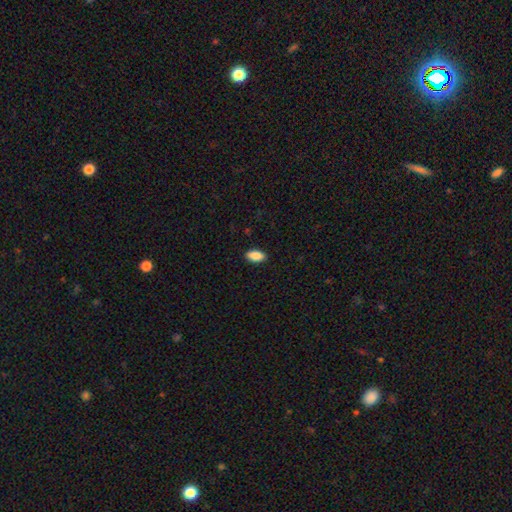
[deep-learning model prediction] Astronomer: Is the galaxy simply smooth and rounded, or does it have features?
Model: smooth — 88%.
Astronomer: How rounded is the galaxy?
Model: in between — 92%.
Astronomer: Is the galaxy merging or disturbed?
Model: none — 90%.